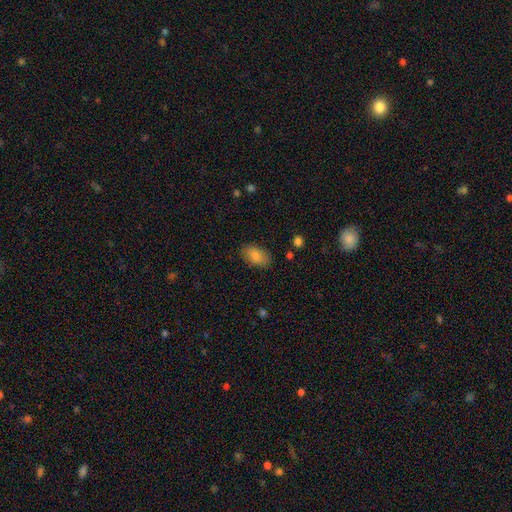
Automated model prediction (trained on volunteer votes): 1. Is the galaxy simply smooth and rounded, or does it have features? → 83% smooth, 10% featured or disk, 7% star or artifact.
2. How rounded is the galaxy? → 92% in between, 6% round, 2% cigar-shaped.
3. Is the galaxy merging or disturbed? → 85% none, 11% minor disturbance, 3% major disturbance, 1% merger.